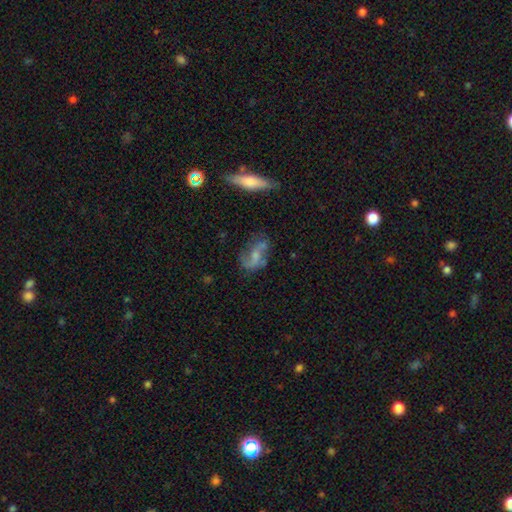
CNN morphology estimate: type=featured or disk (65%); edge-on=no (93%); bar=no (52%); spiral arms=yes (83%); bulge=small (42%); merging=none (57%).